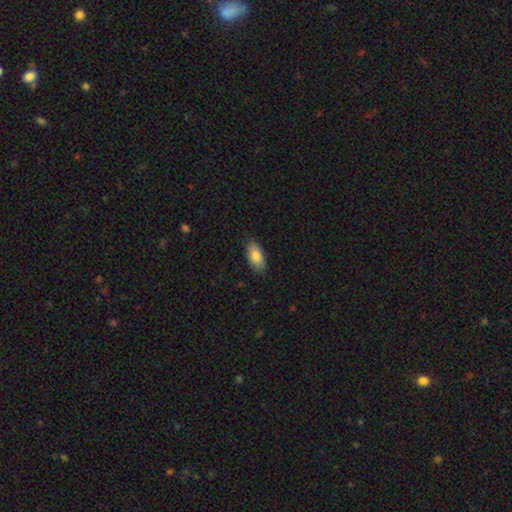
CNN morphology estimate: Overall: smooth (84%). How rounded: in between (90%). Merging: none (84%).